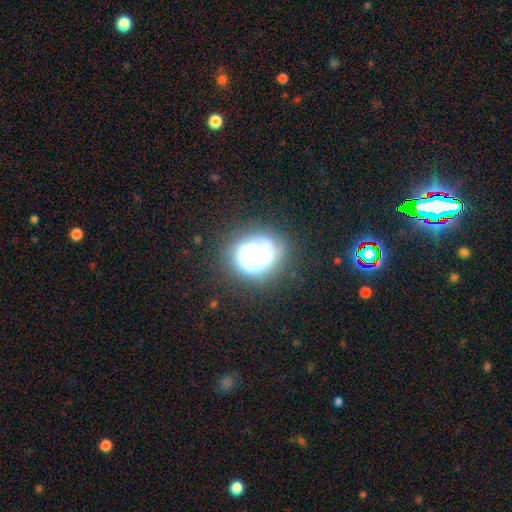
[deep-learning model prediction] A featured or disk galaxy (69%) with no bar (75%), 2 (37%) tight (54%) spiral arms (89%) and a large central bulge (42%).

Vote fractions:
- Smooth or featured? featured or disk: 69% / smooth: 22% / star or artifact: 9%
- Edge-on disk? no: 98% / yes: 2%
- Bar? no: 75% / weak: 20% / strong: 6%
- Spiral arms? yes: 89% / no: 11%
- Spiral winding? tight: 54% / medium: 34% / loose: 12%
- Spiral arm count? 2: 37% / can't tell: 20% / 3: 18% / 1: 17% / 4: 4% / more than 4: 4%
- Bulge size? large: 42% / moderate: 36% / dominant: 13% / small: 7% / none: 2%
- Merging? none: 71% / minor disturbance: 17% / major disturbance: 10% / merger: 2%